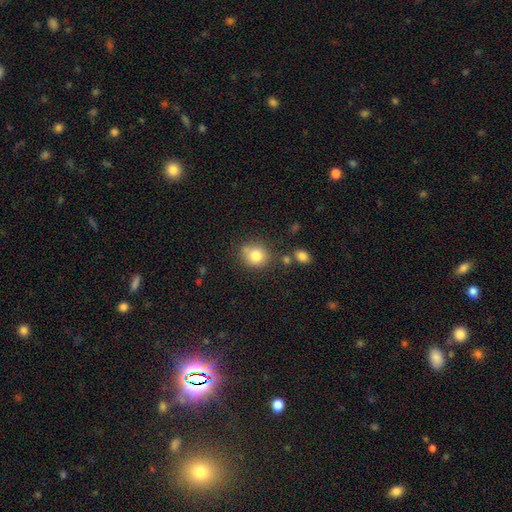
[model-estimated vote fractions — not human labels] smooth-or-featured: smooth: 81% | star or artifact: 10% | featured or disk: 9%
  how-rounded: round: 81% | in between: 18% | cigar-shaped: 1%
  merging: none: 71% | minor disturbance: 15% | merger: 10% | major disturbance: 4%